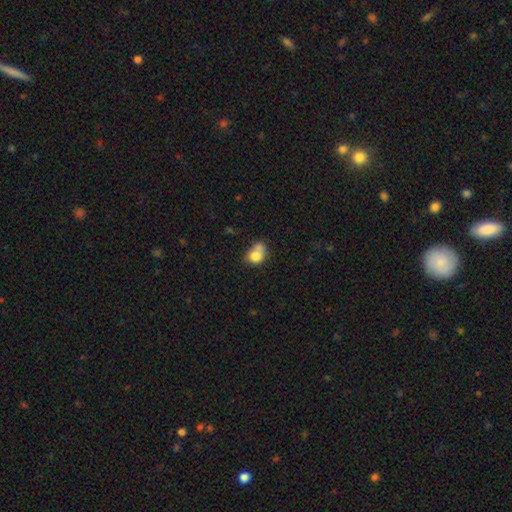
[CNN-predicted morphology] The model was most divided on "merging": merger: 36%, none: 31%, minor disturbance: 23%, major disturbance: 10%. More confident: smooth or featured — smooth (77%); how rounded — in between (55%).